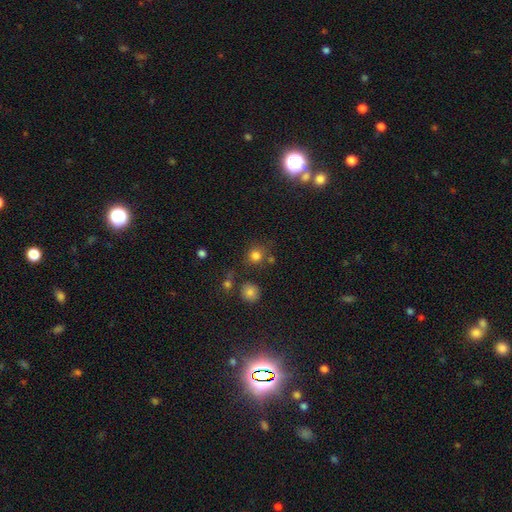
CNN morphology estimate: Smooth or featured? Predicted: smooth (p=0.78). How rounded? Predicted: round (p=0.90). Merging? Predicted: none (p=0.74).